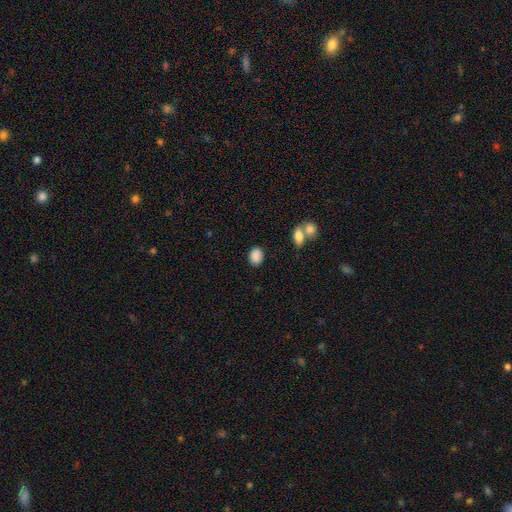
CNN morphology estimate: type=smooth (88%); roundness=in between (65%); merging=none (85%).